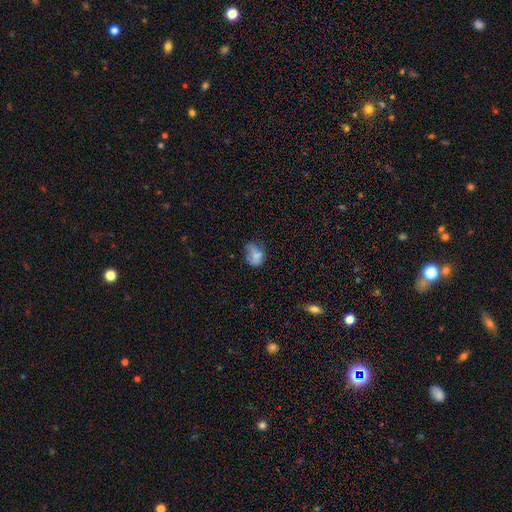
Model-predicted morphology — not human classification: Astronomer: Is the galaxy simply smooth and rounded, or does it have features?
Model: smooth — 70%.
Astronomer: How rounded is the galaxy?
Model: in between — 62%.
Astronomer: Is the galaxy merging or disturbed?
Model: none — 41% (runner-up: minor disturbance, 33%).